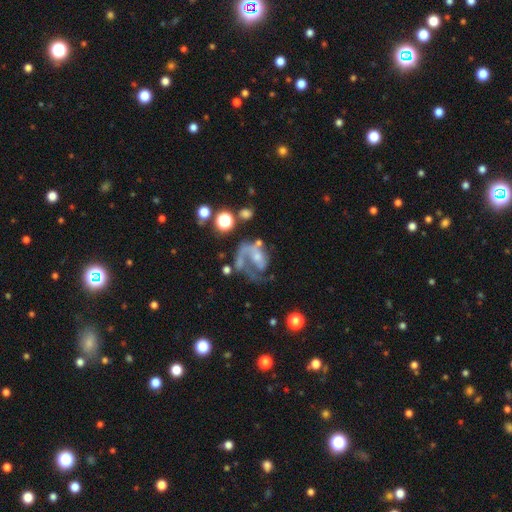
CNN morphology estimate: A featured or disk galaxy (74%) with no bar (63%), 1 (73%) medium (38%, tied with loose) spiral arms (78%) and a small central bulge (44%).

Vote fractions:
- Smooth or featured? featured or disk: 74% / smooth: 17% / star or artifact: 9%
- Edge-on disk? no: 97% / yes: 3%
- Bar? no: 63% / weak: 28% / strong: 9%
- Spiral arms? yes: 78% / no: 22%
- Spiral winding? medium: 38% (tied) / loose: 38% (tied) / tight: 23%
- Spiral arm count? 1: 73% / 2: 15% / can't tell: 8% / 3: 2% / 4: 1% / more than 4: 1%
- Bulge size? small: 44% / moderate: 32% / none: 17% / large: 5% / dominant: 2%
- Merging? major disturbance: 46% / none: 29% / minor disturbance: 15% / merger: 10%